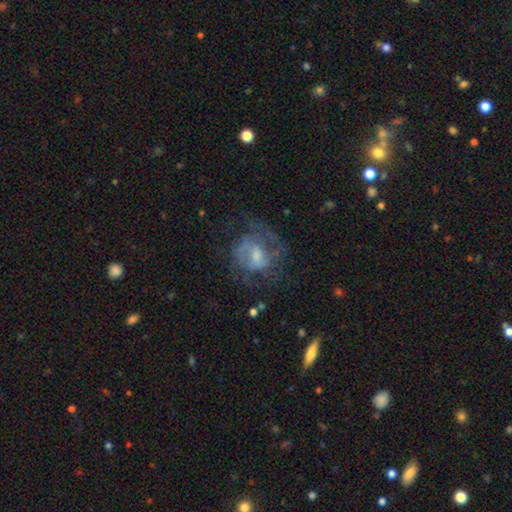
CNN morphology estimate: Smooth or featured?
  - featured or disk: 69% *
  - smooth: 22%
  - star or artifact: 9%
Edge-on disk?
  - no: 97% *
  - yes: 3%
Bar?
  - weak: 50% *
  - no: 38%
  - strong: 12%
Spiral arms?
  - yes: 77% *
  - no: 23%
Spiral winding?
  - medium: 44% *
  - tight: 35%
  - loose: 20%
Spiral arm count?
  - 2: 40% *
  - can't tell: 34%
  - 1: 11%
  - 3: 10%
  - 4: 3%
  - more than 4: 3%
Bulge size?
  - moderate: 44% *
  - small: 38%
  - none: 10%
  - large: 7%
  - dominant: 1%
Merging?
  - none: 52% *
  - major disturbance: 26%
  - minor disturbance: 20%
  - merger: 2%